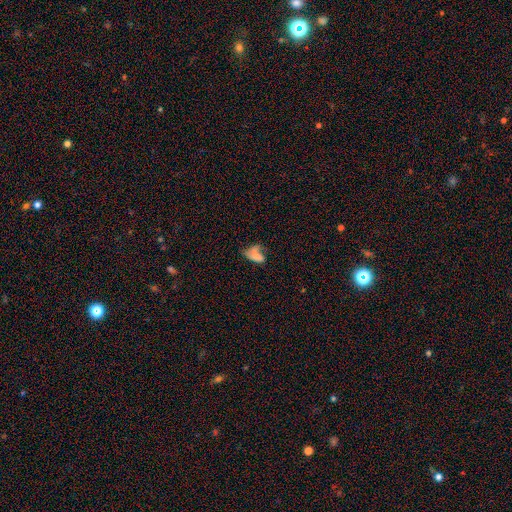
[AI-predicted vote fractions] Smooth or featured?
  - smooth: 62% *
  - featured or disk: 25%
  - star or artifact: 13%
How rounded?
  - in between: 84% *
  - round: 10%
  - cigar-shaped: 6%
Merging?
  - merger: 31% *
  - major disturbance: 27%
  - none: 24%
  - minor disturbance: 18%